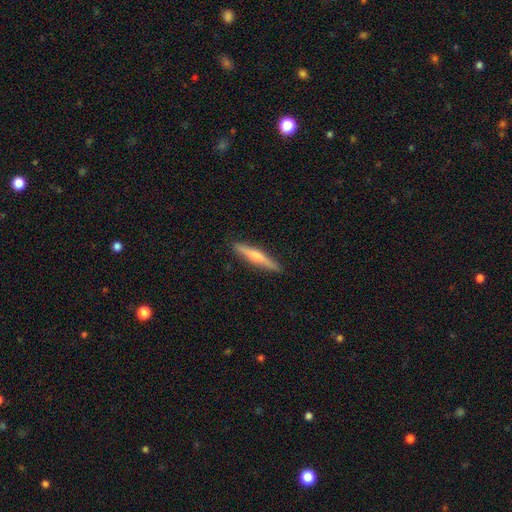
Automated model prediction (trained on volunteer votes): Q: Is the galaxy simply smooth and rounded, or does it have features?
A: featured or disk — 51%.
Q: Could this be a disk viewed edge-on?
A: yes — 97%.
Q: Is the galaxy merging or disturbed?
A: none — 91%.